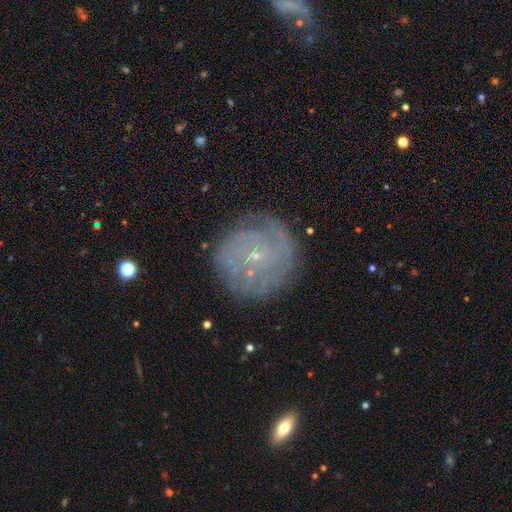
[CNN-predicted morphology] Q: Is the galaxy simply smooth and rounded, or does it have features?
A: featured or disk — 71%.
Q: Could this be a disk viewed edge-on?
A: no — 97%.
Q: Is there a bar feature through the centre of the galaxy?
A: no — 78%.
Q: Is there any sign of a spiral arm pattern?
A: yes — 86%.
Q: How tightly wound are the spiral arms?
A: tight — 77%.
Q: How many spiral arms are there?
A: can't tell — 47%.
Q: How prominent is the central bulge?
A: small — 89%.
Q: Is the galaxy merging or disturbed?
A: none — 79%.